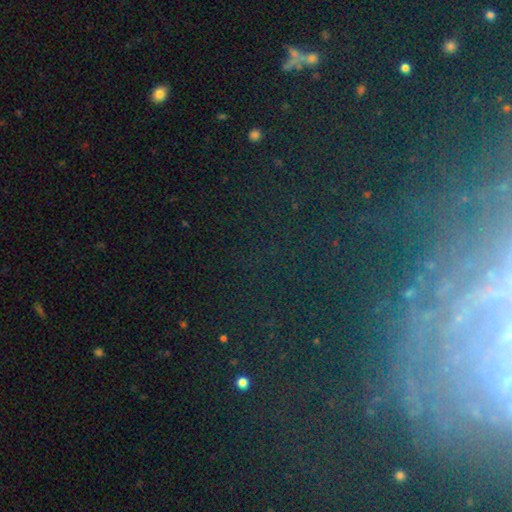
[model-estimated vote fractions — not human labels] A star or artifact, not a galaxy (60%).